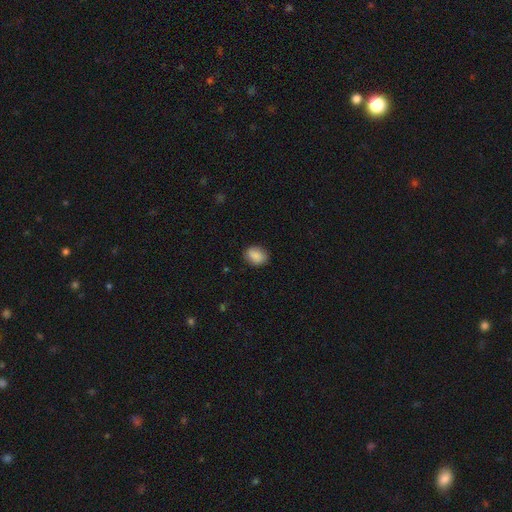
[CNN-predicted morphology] smooth-or-featured: smooth: 88% | star or artifact: 7% | featured or disk: 5%
  how-rounded: in between: 63% | round: 35% | cigar-shaped: 1%
  merging: none: 83% | minor disturbance: 13% | major disturbance: 3% | merger: 1%